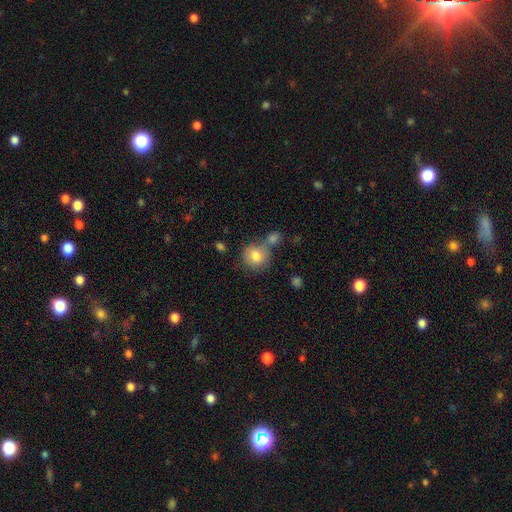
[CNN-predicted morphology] smooth_or_featured: smooth (p=0.80) [alt: featured or disk p=0.11]
how_rounded: round (p=0.83) [alt: in between p=0.16]
merging: none (p=0.51) [alt: merger p=0.32]